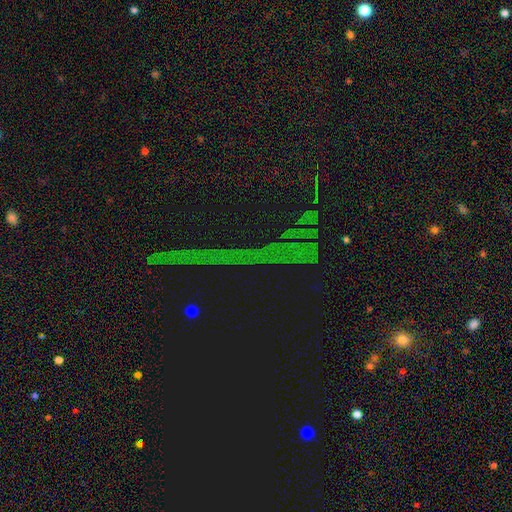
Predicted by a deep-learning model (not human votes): Smooth or featured?
  - star or artifact: 80% *
  - smooth: 11%
  - featured or disk: 9%